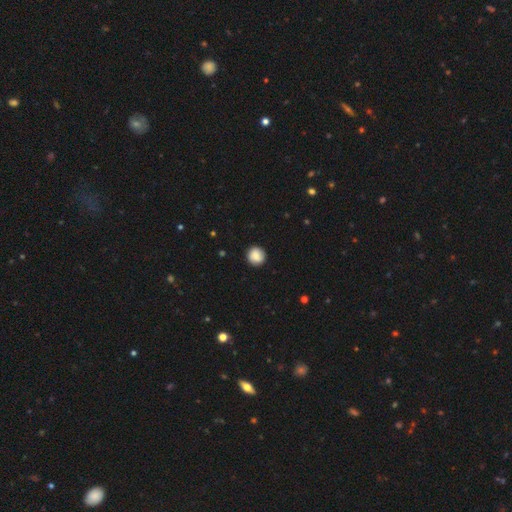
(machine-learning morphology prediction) A smooth galaxy with no disk features (85%) that is round (93%).

Vote fractions:
- Smooth or featured? smooth: 85% / star or artifact: 8% / featured or disk: 7%
- How rounded? round: 93% / in between: 6% / cigar-shaped: 1%
- Merging? none: 90% / minor disturbance: 8% / major disturbance: 2% / merger: 1%